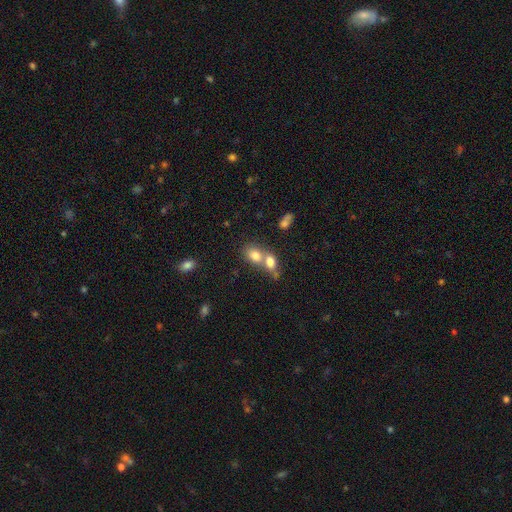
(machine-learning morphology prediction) Smooth or featured: smooth — 76% (featured or disk — 13%)
How rounded: in between — 64% (round — 34%)
Merging: merger — 63% (none — 26%)